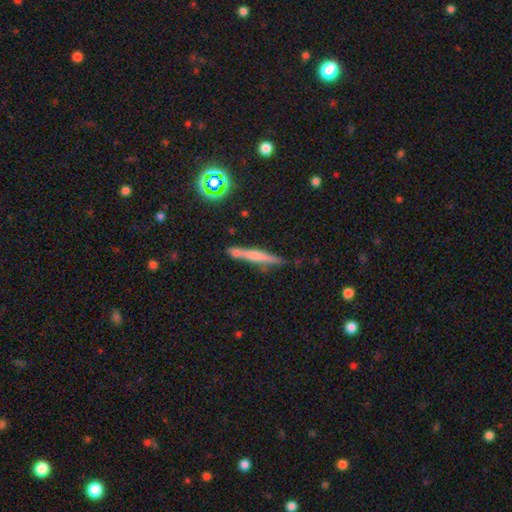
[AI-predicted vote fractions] Q: Smooth or featured?
A: smooth (51%); runner-up: featured or disk (41%)
Q: How rounded?
A: cigar-shaped (93%); runner-up: in between (5%)
Q: Merging?
A: none (70%); runner-up: minor disturbance (17%)